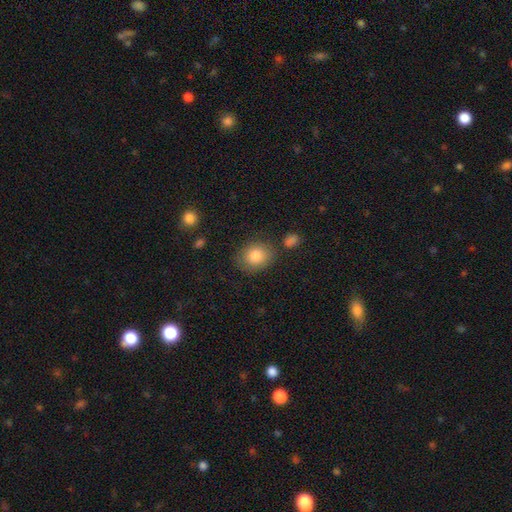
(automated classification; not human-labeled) Overall: smooth (84%). How rounded: round (68%; in between 31%). Merging: none (79%).